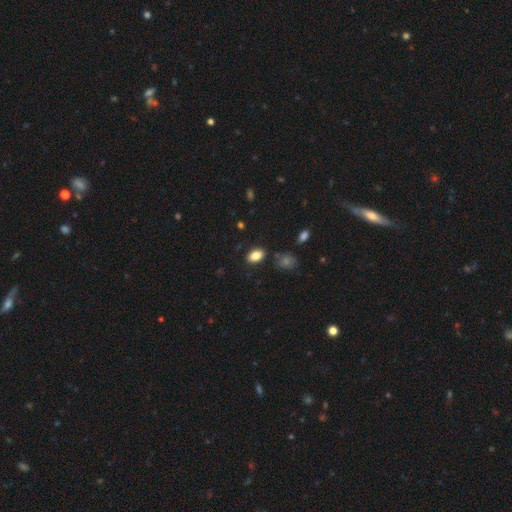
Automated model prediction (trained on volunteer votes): The model was most divided on "merging": none: 84%, minor disturbance: 10%, merger: 3%, major disturbance: 3%. More confident: how rounded — in between (88%); smooth or featured — smooth (85%).